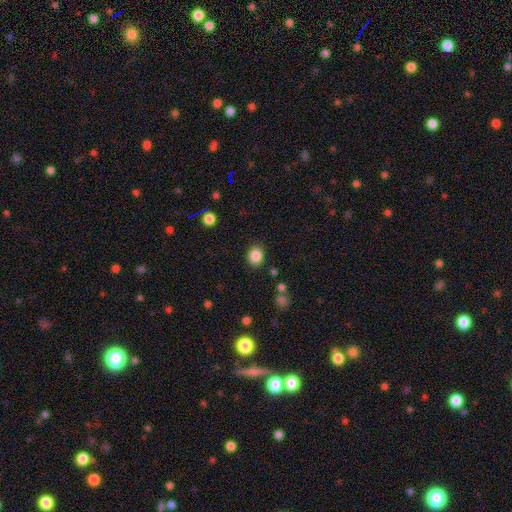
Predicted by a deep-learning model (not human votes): The model was most divided on "how rounded": round: 55%, in between: 44%, cigar-shaped: 1%. More confident: smooth or featured — smooth (85%); merging — none (85%).